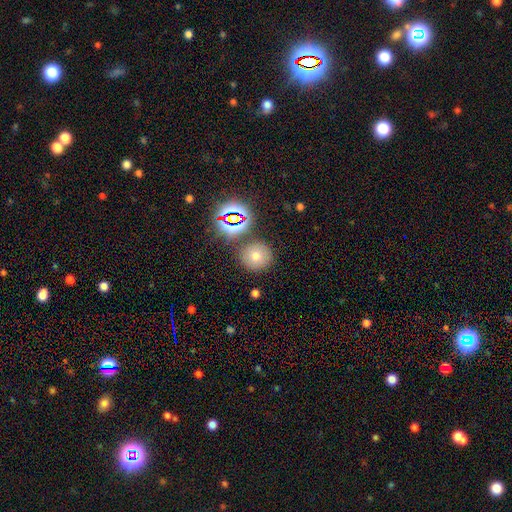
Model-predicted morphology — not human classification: This appears to be a smooth galaxy with no disk features (60%) that is round (92%). Merging: none (81%).